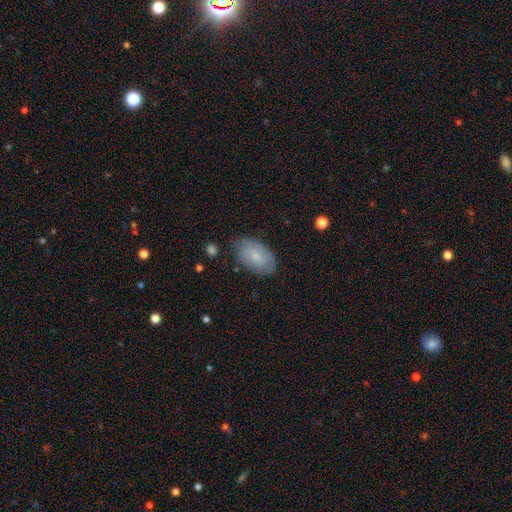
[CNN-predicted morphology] Smooth or featured?
  - smooth: 69% *
  - featured or disk: 24%
  - star or artifact: 7%
How rounded?
  - in between: 91% *
  - round: 8%
  - cigar-shaped: 1%
Merging?
  - none: 70% *
  - minor disturbance: 23%
  - major disturbance: 5%
  - merger: 2%